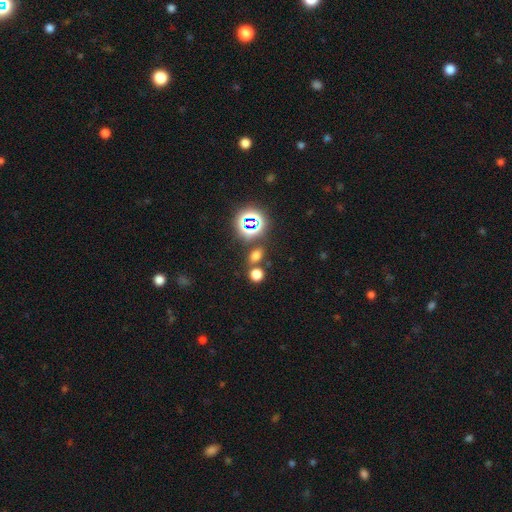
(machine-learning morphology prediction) type=smooth (63%); roundness=round (53%); merging=none (71%).